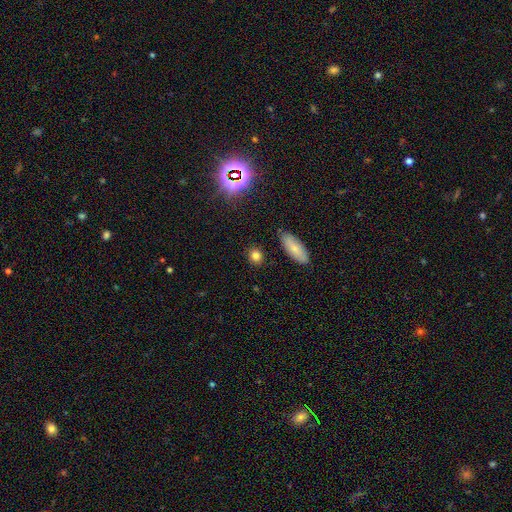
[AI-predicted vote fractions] Q: Smooth or featured?
A: smooth (81%); runner-up: star or artifact (12%)
Q: How rounded?
A: round (69%); runner-up: in between (27%)
Q: Merging?
A: none (87%); runner-up: minor disturbance (8%)